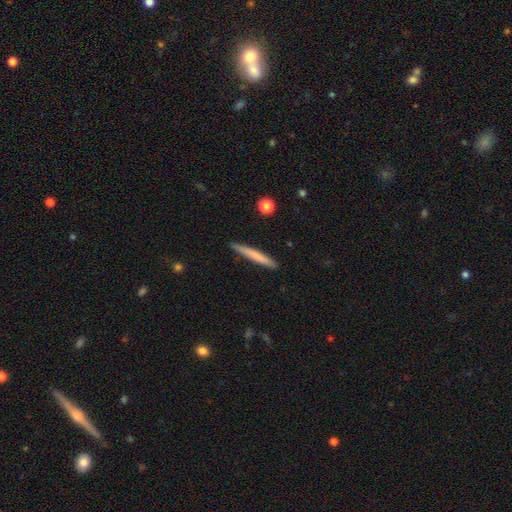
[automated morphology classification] type=smooth (70%); roundness=cigar-shaped (96%); merging=none (90%).